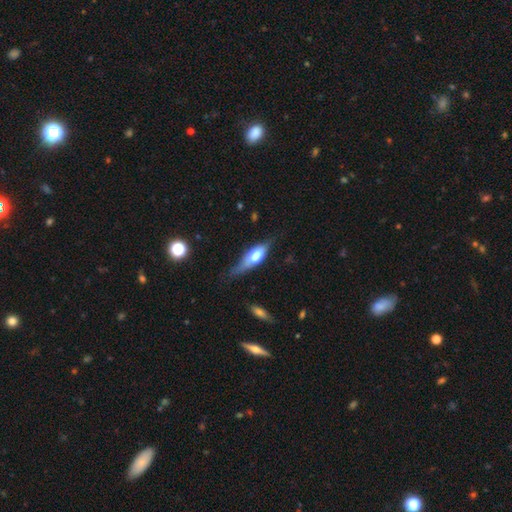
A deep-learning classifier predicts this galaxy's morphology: The model was most divided on "smooth or featured": smooth: 48%, featured or disk: 45%, star or artifact: 7%. More confident: merging — none (51%).